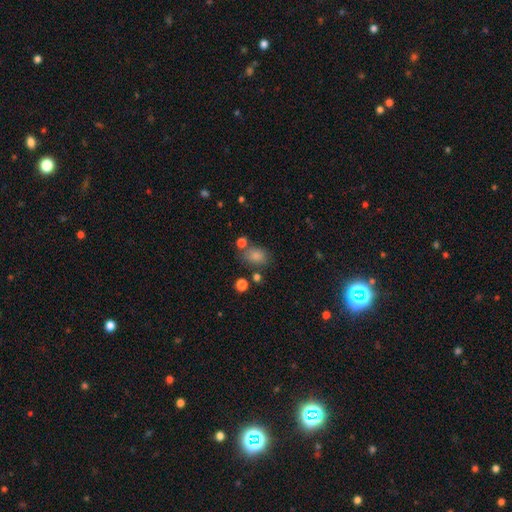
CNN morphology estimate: A smooth galaxy with no disk features (82%) that is in between round and cigar-shaped (70%). Merging: none (66%).